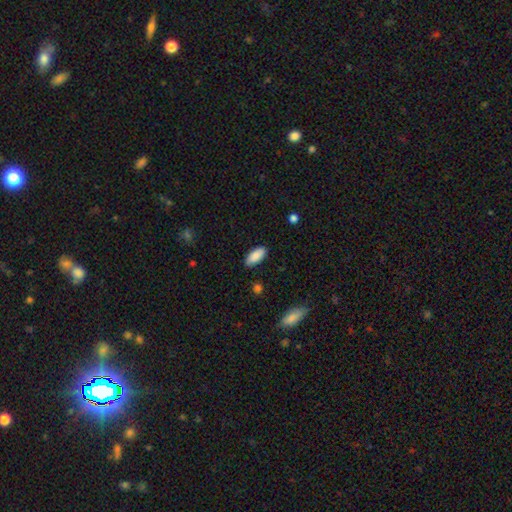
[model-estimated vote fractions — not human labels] smooth 89%, star or artifact 6%, featured or disk 5%. Down the decision tree: how rounded — in between (88%); merging — none (87%).